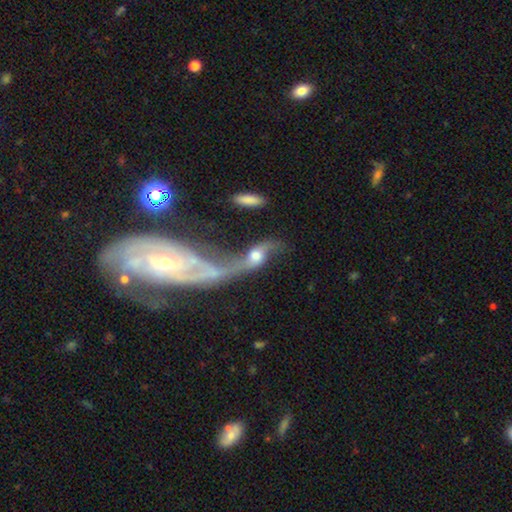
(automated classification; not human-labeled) A featured or disk galaxy (63%) with no bar (70%), spiral arms (76%) and a moderate central bulge (53%). Merging: merger (54%).